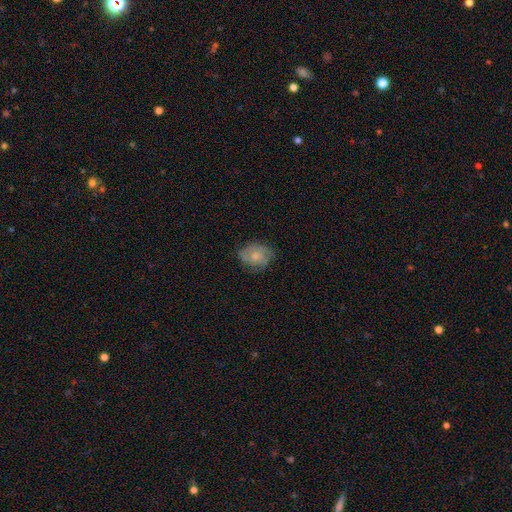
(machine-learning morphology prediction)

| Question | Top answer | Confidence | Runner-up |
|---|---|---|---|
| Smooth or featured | smooth | 64% | featured or disk (28%) |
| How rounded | round | 51% | in between (48%) |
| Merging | none | 69% | minor disturbance (23%) |